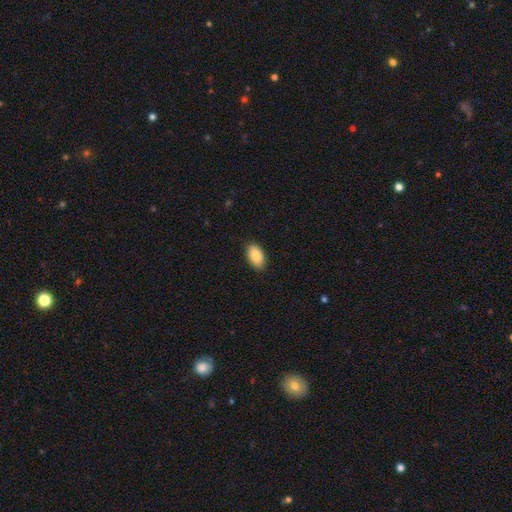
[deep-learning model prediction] A smooth galaxy with no disk features (86%) that is in between round and cigar-shaped (94%). Merging: none (88%).